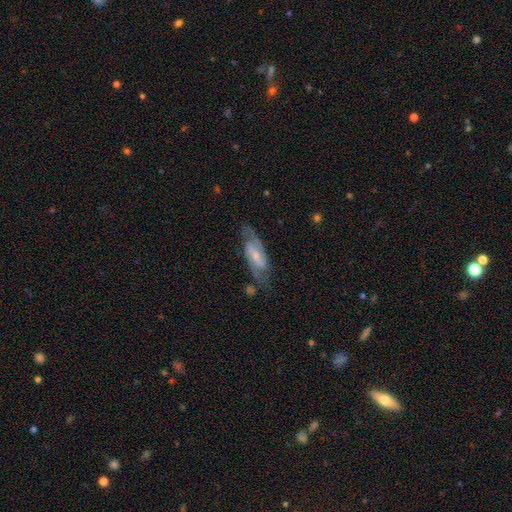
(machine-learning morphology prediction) Smooth or featured: featured or disk — 81% (smooth — 14%)
Edge-on disk: no — 90% (yes — 10%)
Bar: weak — 43% (strong — 37%)
Spiral arms: yes — 93% (no — 7%)
Spiral winding: medium — 51% (tight — 27%)
Spiral arm count: 2 — 87% (can't tell — 7%)
Bulge size: small — 57% (moderate — 33%)
Merging: none — 72% (minor disturbance — 17%)